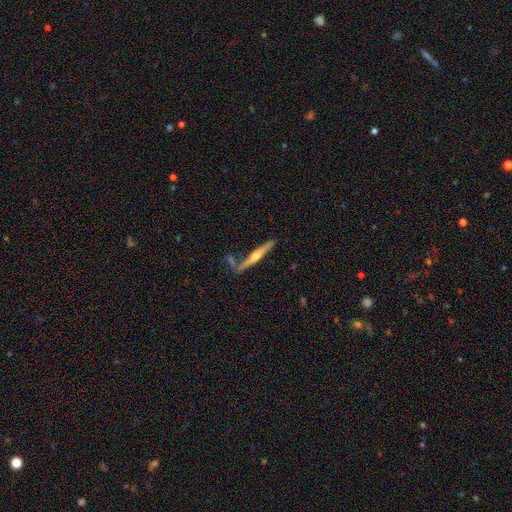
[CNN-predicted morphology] A featured or disk galaxy (66%) viewed edge-on (96%) with a rounded central bulge (88%). Merging: none (74%).